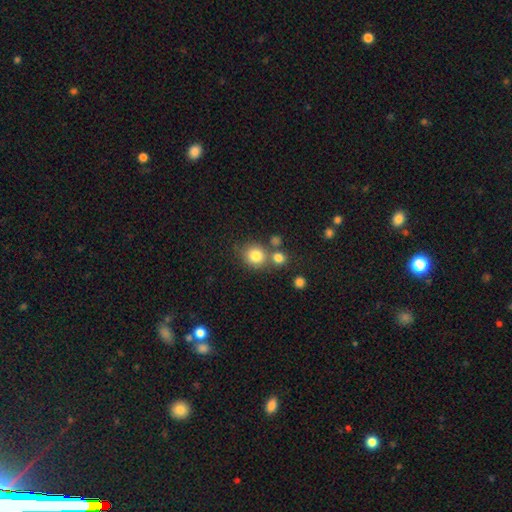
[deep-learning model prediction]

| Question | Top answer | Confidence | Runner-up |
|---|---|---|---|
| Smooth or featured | smooth | 80% | star or artifact (12%) |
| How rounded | round | 83% | in between (16%) |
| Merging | none | 62% | merger (23%) |